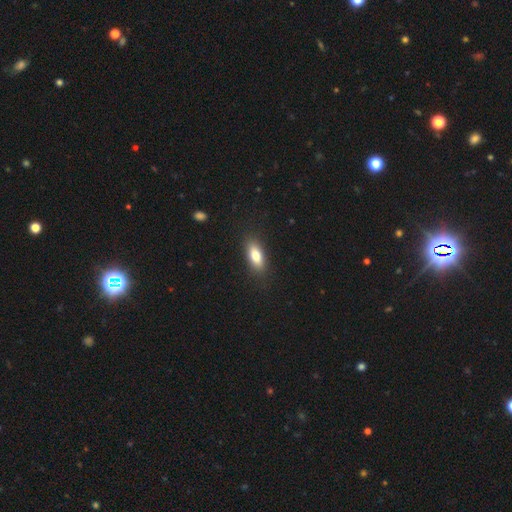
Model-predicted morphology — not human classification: Overall: smooth (78%). How rounded: in between (78%). Merging: none (87%).